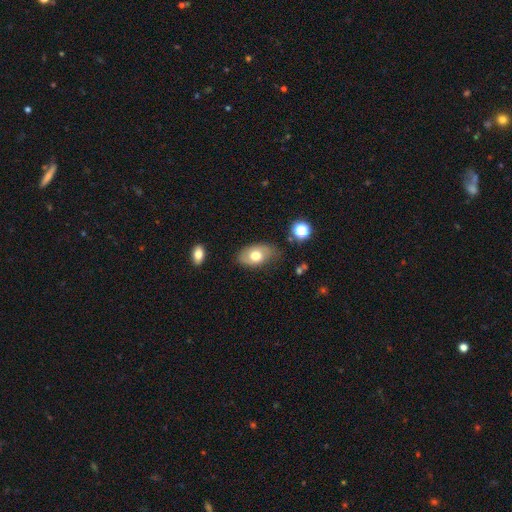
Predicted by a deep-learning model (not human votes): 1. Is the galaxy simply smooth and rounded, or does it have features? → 67% smooth, 26% featured or disk, 8% star or artifact.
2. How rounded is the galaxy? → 88% in between, 10% round, 1% cigar-shaped.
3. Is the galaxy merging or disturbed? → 71% none, 21% minor disturbance, 5% major disturbance, 2% merger.